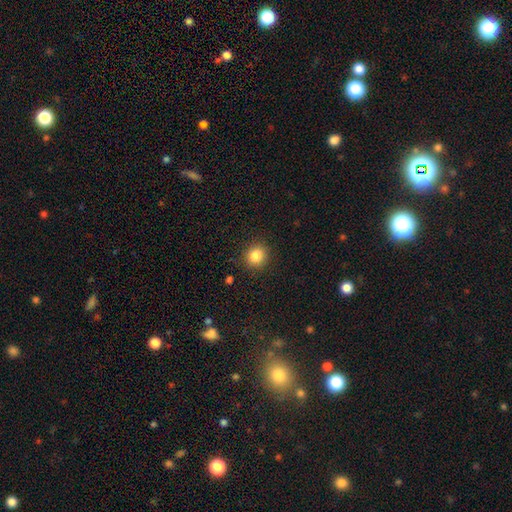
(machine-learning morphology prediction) Smooth or featured? Predicted: smooth (p=0.84). How rounded? Predicted: round (p=0.81). Merging? Predicted: none (p=0.89).